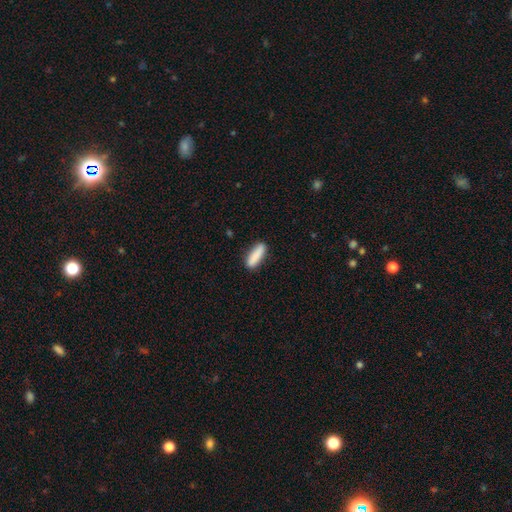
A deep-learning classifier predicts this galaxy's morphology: This appears to be a smooth galaxy with no disk features (88%) that is cigar-shaped (60%). Merging: none (87%).